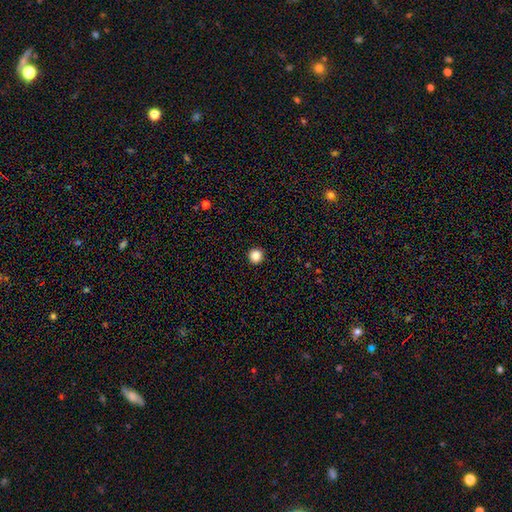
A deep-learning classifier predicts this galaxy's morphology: smooth 87%, star or artifact 10%, featured or disk 3%. Down the decision tree: how rounded — round (95%); merging — none (94%).